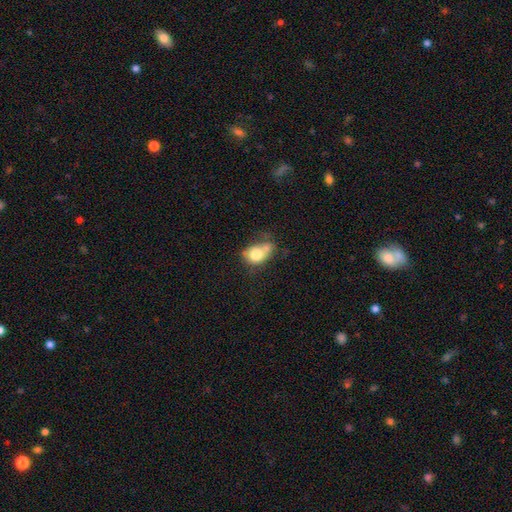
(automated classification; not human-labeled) smooth 73%, featured or disk 18%, star or artifact 9%. Down the decision tree: how rounded — in between (65%); merging — minor disturbance (28%, tied with none).